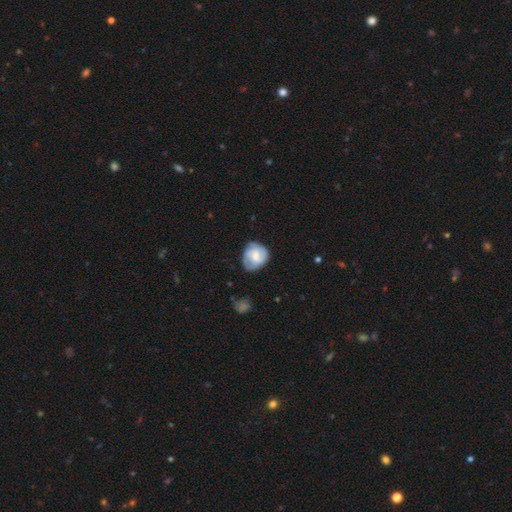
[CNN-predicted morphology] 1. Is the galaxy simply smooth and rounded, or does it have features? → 51% featured or disk, 43% smooth, 7% star or artifact.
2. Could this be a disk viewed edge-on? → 97% no, 3% yes.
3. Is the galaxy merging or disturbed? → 62% none, 27% minor disturbance, 9% major disturbance, 2% merger.